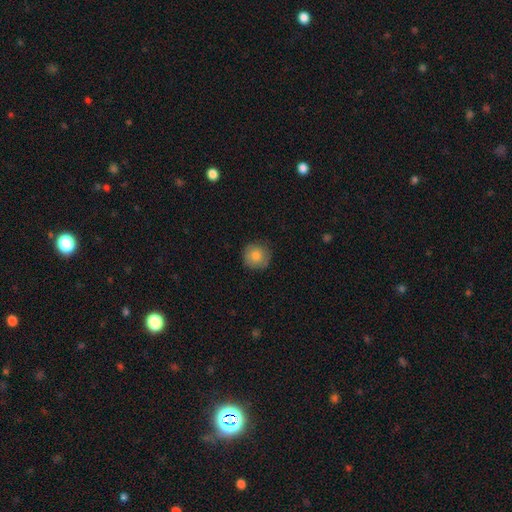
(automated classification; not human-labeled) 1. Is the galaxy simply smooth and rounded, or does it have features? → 79% smooth, 12% featured or disk, 9% star or artifact.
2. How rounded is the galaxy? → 94% round, 5% in between, 1% cigar-shaped.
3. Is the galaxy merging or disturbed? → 85% none, 11% minor disturbance, 2% major disturbance, 1% merger.